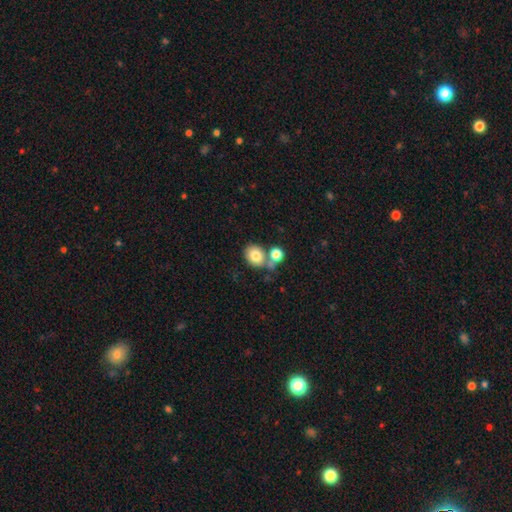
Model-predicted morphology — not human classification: Overall: smooth (79%). How rounded: round (60%; in between 39%). Merging: none (52%; merger 33%).